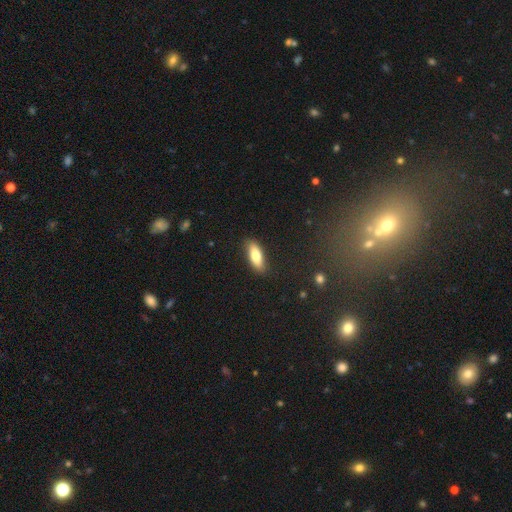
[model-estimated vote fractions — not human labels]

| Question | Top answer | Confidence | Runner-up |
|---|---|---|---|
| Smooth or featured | smooth | 78% | featured or disk (16%) |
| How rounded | in between | 65% | cigar-shaped (33%) |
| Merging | none | 86% | minor disturbance (10%) |